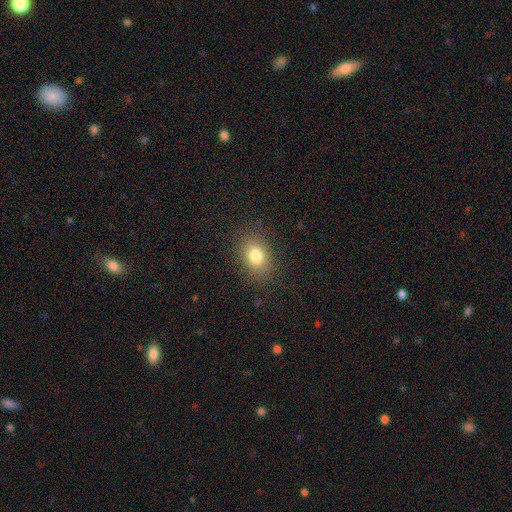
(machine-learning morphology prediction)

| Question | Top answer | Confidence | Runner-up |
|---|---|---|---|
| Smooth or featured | smooth | 80% | star or artifact (11%) |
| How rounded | in between | 72% | round (26%) |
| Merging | none | 85% | minor disturbance (10%) |